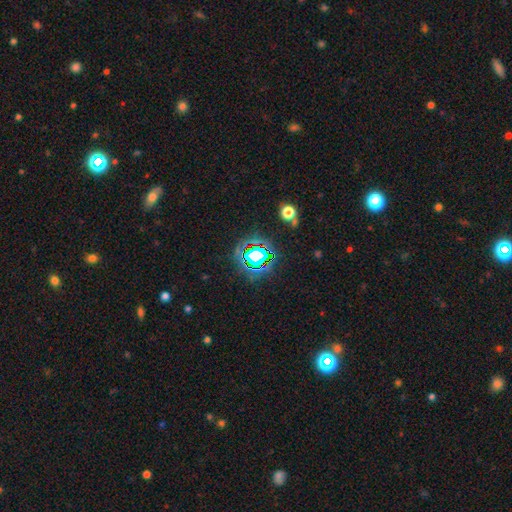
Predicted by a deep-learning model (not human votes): Overall: star or artifact (69%).